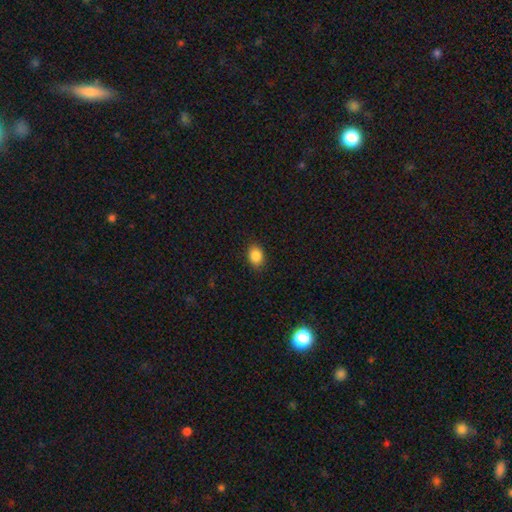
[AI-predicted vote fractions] smooth 87%, star or artifact 9%, featured or disk 4%. Down the decision tree: how rounded — in between (67%); merging — none (87%).